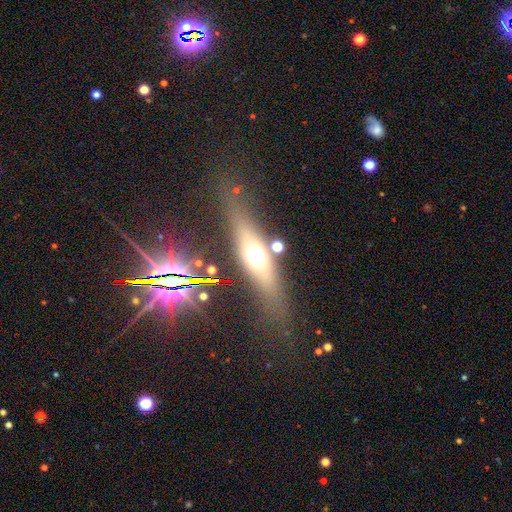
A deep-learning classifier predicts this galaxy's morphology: This is marginally a smooth galaxy (42%). Merging: likely none (76%).